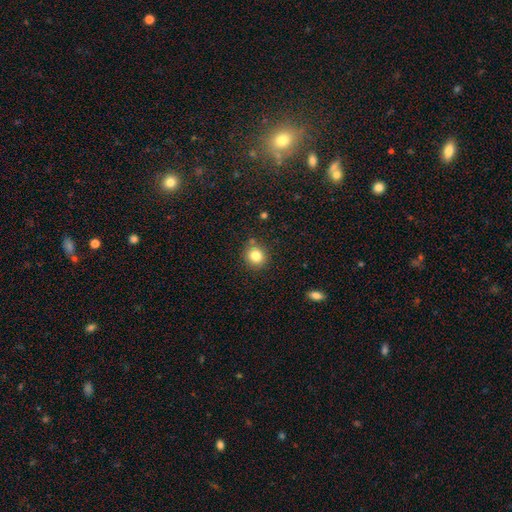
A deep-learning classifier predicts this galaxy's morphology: Smooth or featured? smooth (82%)
How rounded? round (84%)
Merging? none (83%)